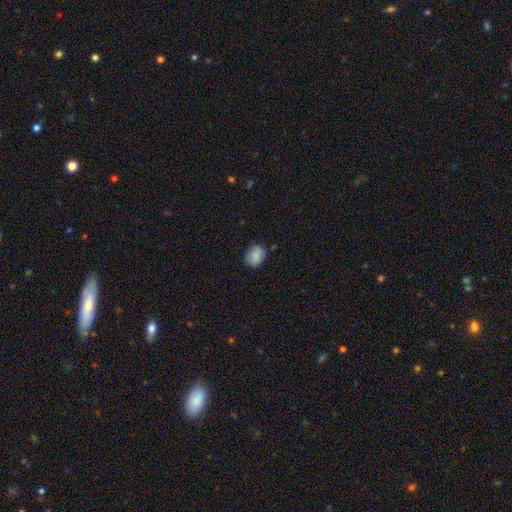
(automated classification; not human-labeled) This is clearly a smooth galaxy (85%). How rounded: possibly in between (56%). Merging: likely none (78%).